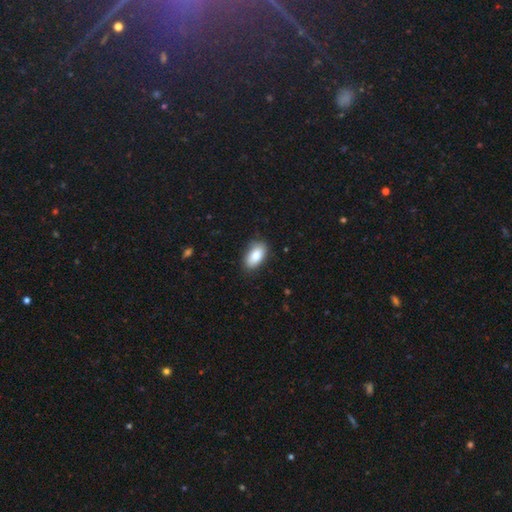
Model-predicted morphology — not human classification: This appears to be a smooth galaxy with no disk features (85%) that is in between round and cigar-shaped (93%). Merging: none (84%).